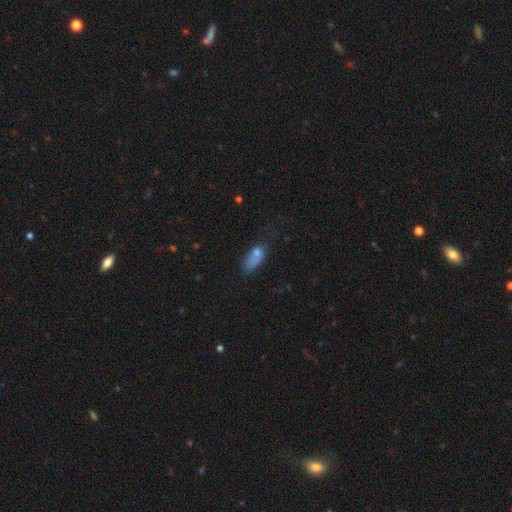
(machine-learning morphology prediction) smooth_or_featured: smooth (p=0.72) [alt: featured or disk p=0.16]
how_rounded: in between (p=0.80) [alt: cigar-shaped p=0.11]
merging: none (p=0.29) [alt: major disturbance p=0.26]